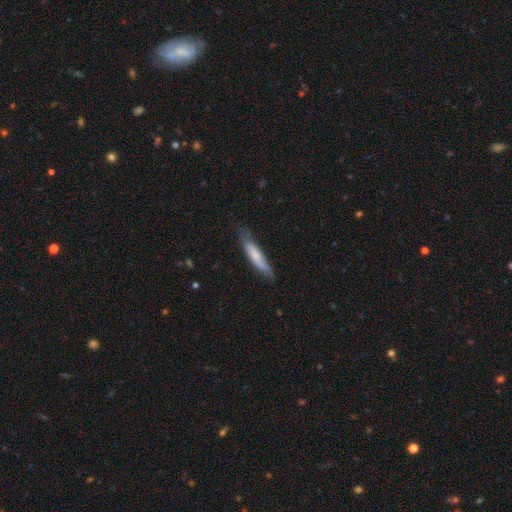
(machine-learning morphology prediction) The model was most divided on "smooth or featured": smooth: 63%, featured or disk: 31%, star or artifact: 6%. More confident: how rounded — cigar-shaped (83%); merging — none (70%).